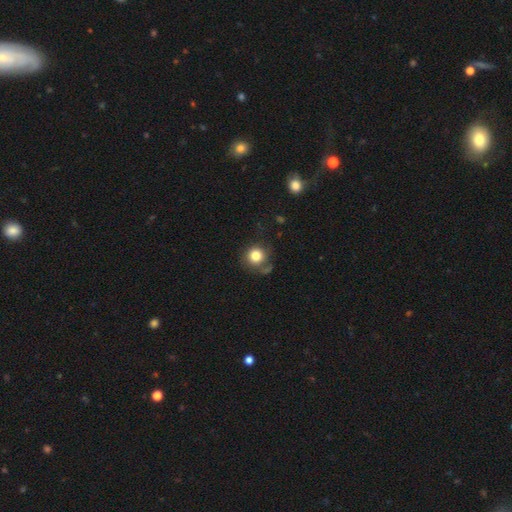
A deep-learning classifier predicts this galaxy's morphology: Smooth or featured?
  - smooth: 81% *
  - star or artifact: 10%
  - featured or disk: 9%
How rounded?
  - round: 91% *
  - in between: 9%
  - cigar-shaped: 1%
Merging?
  - none: 66% *
  - minor disturbance: 18%
  - major disturbance: 10%
  - merger: 6%